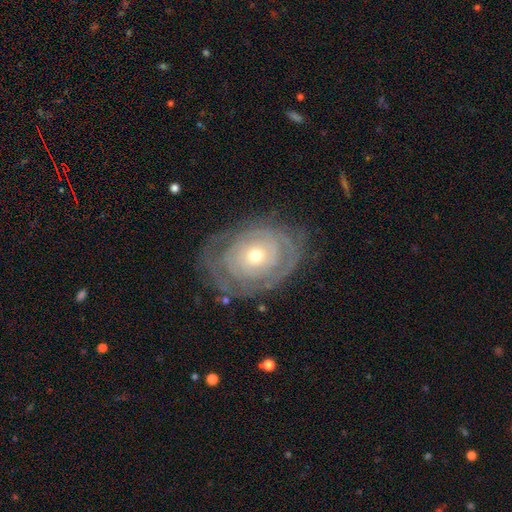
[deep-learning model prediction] Morphology: type=featured or disk (76%); edge-on=no (95%); bar=no (84%); spiral arms=yes (74%); winding=tight (80%); arm count=can't tell (53%); bulge=small (49%); merging=none (72%).